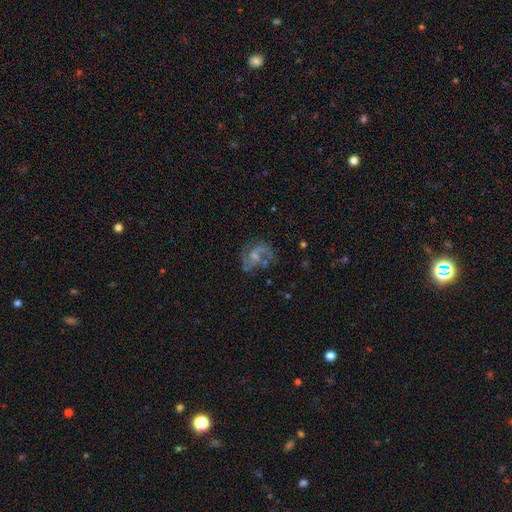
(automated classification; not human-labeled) Overall: featured or disk (75%). Edge-on disk: no (98%). Bar: no (55%; weak 39%). Spiral arms: yes (87%). Spiral arm count: 2 (71%). Spiral winding: medium (47%; loose 39%). Bulge size: small (45%; moderate 27%). Merging: none (53%; major disturbance 22%).